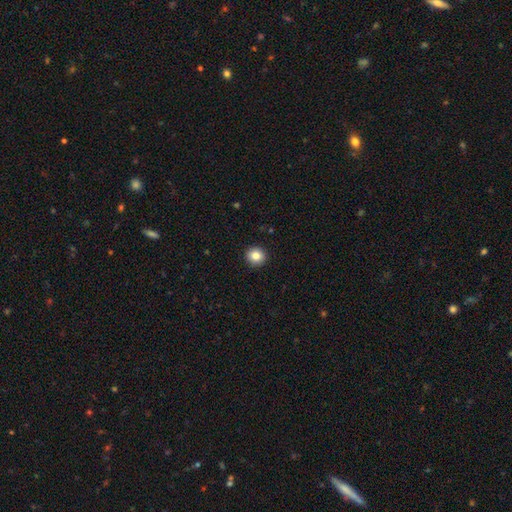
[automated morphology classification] Smooth or featured? smooth (84%)
How rounded? round (93%)
Merging? none (93%)